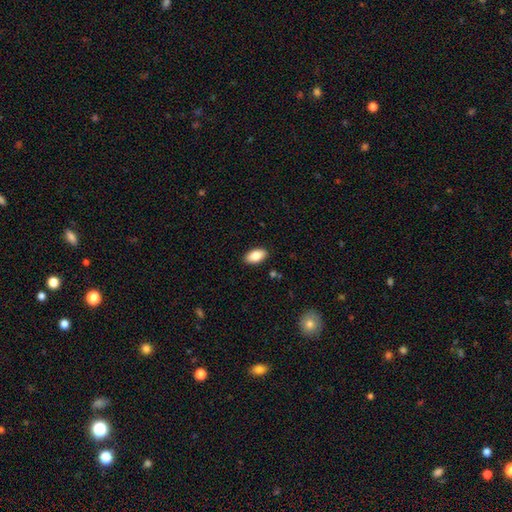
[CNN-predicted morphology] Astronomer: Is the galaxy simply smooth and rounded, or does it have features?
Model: smooth — 84%.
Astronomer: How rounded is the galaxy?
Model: in between — 94%.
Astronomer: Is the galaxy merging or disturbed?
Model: none — 89%.